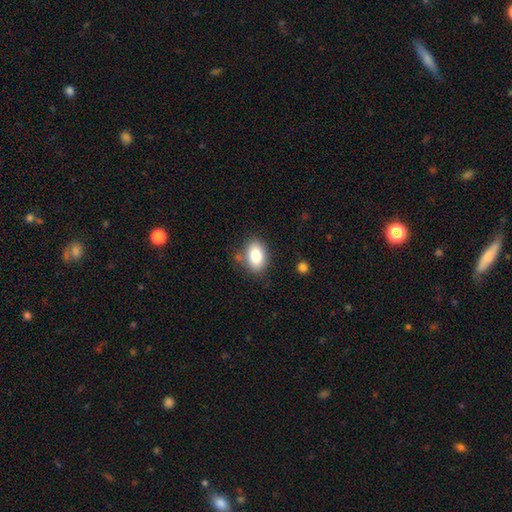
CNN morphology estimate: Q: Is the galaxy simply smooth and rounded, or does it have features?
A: smooth — 83%.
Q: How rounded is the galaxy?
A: in between — 86%.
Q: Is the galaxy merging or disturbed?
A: none — 80%.